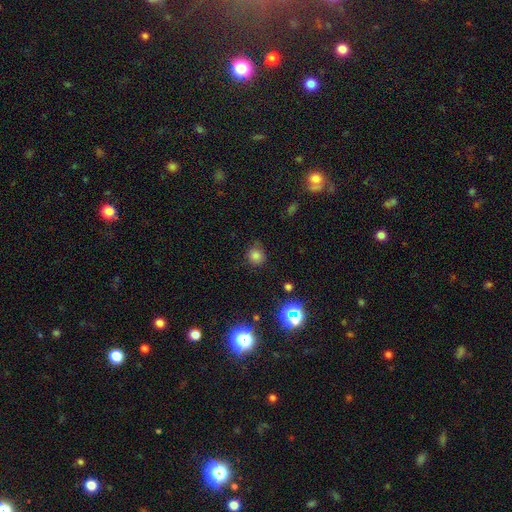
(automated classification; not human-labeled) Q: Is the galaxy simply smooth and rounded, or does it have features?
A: smooth — 77%.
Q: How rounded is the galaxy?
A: round — 88%.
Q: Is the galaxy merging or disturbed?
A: none — 77%.